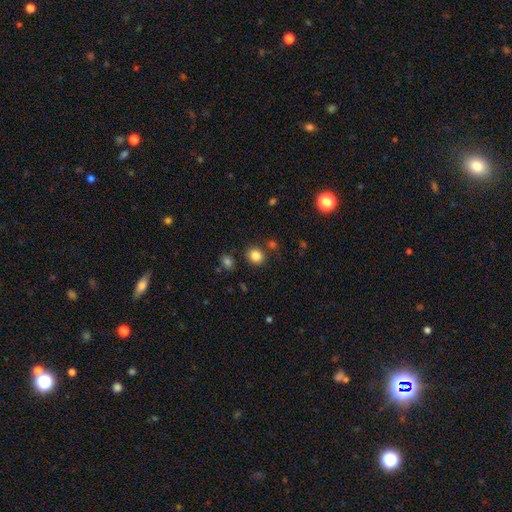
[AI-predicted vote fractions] Smooth or featured? Predicted: smooth (p=0.84). How rounded? Predicted: round (p=0.81). Merging? Predicted: none (p=0.83).